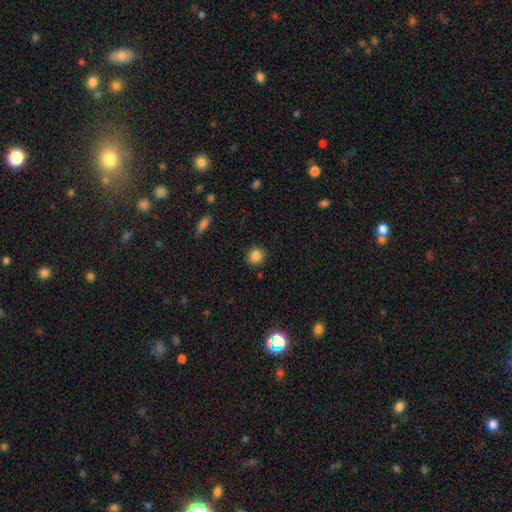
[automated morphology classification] Smooth or featured? Predicted: smooth (p=0.86). How rounded? Predicted: round (p=0.81). Merging? Predicted: none (p=0.88).